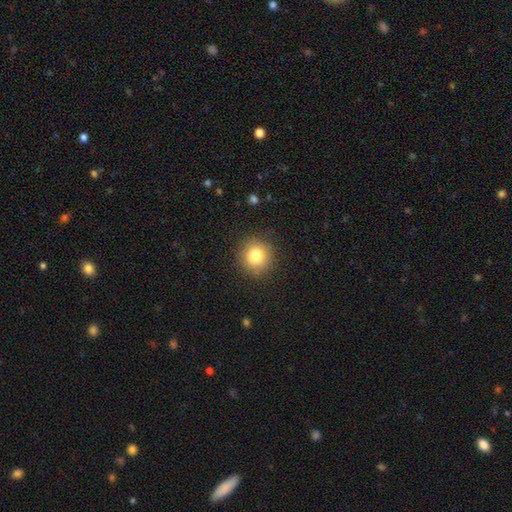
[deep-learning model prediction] Smooth or featured: smooth — 81% (star or artifact — 11%)
How rounded: round — 93% (in between — 6%)
Merging: none — 89% (minor disturbance — 7%)